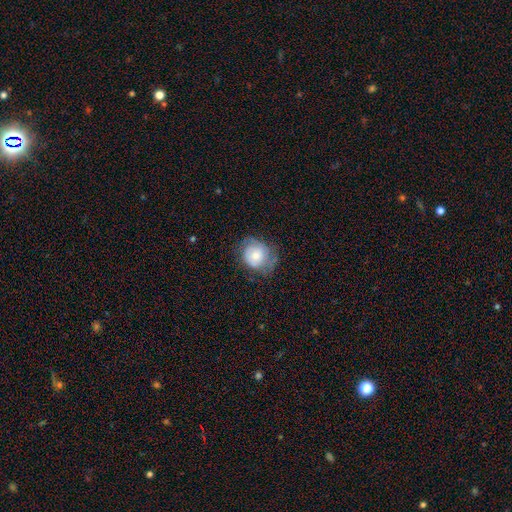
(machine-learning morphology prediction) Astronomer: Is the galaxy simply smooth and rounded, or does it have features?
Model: smooth — 52% (runner-up: featured or disk, 40%).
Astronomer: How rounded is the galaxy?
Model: round — 73%.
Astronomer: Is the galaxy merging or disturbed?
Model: none — 54%.